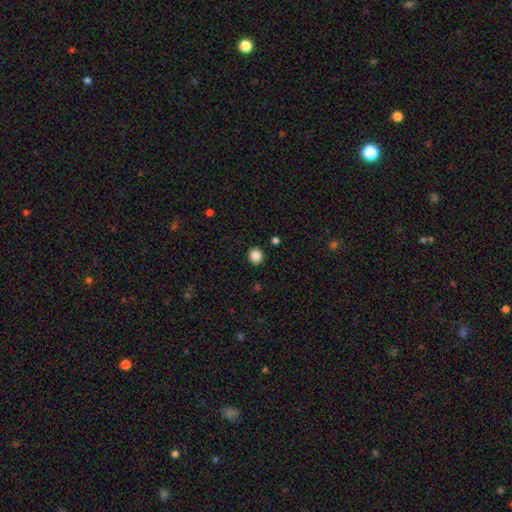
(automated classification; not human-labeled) smooth-or-featured: smooth: 85% | star or artifact: 10% | featured or disk: 4%
  how-rounded: round: 91% | in between: 8% | cigar-shaped: 1%
  merging: none: 92% | minor disturbance: 5% | major disturbance: 2% | merger: 1%